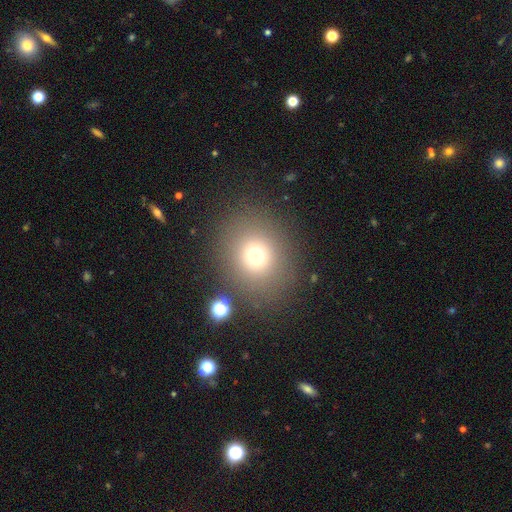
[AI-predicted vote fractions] smooth-or-featured: smooth: 71% | star or artifact: 18% | featured or disk: 11%
  how-rounded: round: 75% | in between: 25% | cigar-shaped: 1%
  merging: none: 81% | minor disturbance: 9% | major disturbance: 5% | merger: 4%